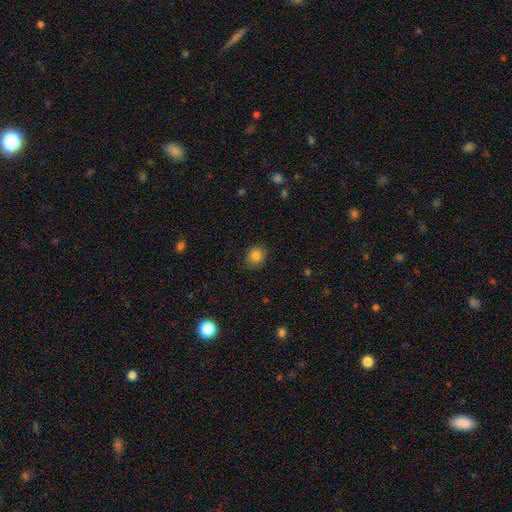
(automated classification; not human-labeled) smooth 83%, star or artifact 10%, featured or disk 7%. Down the decision tree: how rounded — round (60%); merging — none (88%).